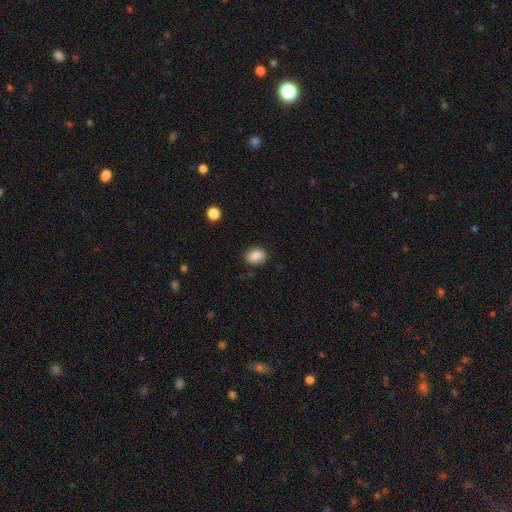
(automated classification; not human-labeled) Smooth or featured?
  - smooth: 87% *
  - star or artifact: 8%
  - featured or disk: 4%
How rounded?
  - in between: 70% *
  - round: 29%
  - cigar-shaped: 1%
Merging?
  - none: 84% *
  - minor disturbance: 12%
  - major disturbance: 3%
  - merger: 1%